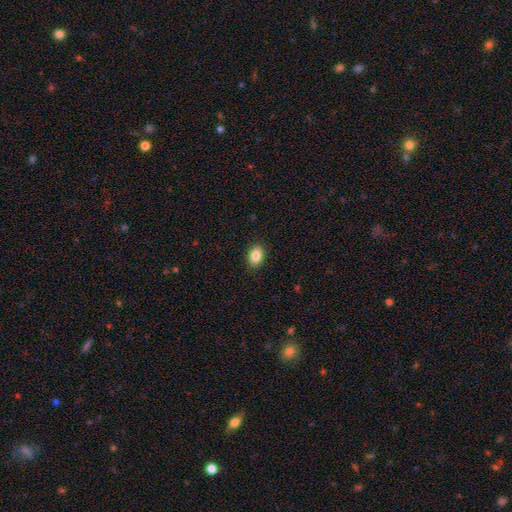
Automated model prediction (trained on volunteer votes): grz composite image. It shows a smooth galaxy with no disk features (86%) that is in between round and cigar-shaped (81%). Merging: none (90%).